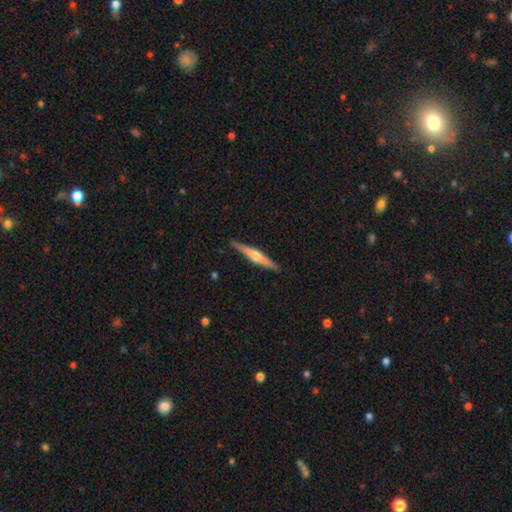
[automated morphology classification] smooth_or_featured: featured or disk (p=0.67) [alt: smooth p=0.28]
disk_edge_on: yes (p=0.98) [alt: no p=0.02]
edge_on_bulge: rounded (p=0.85) [alt: boxy p=0.07]
merging: none (p=0.90) [alt: minor disturbance p=0.07]